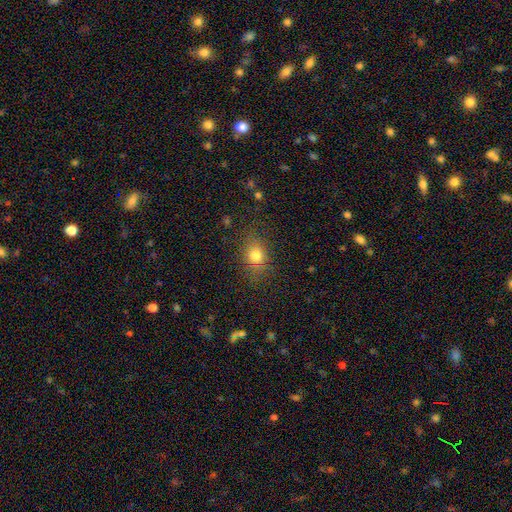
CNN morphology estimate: Overall: smooth (76%). How rounded: round (49%, tied with in between). Merging: none (80%).